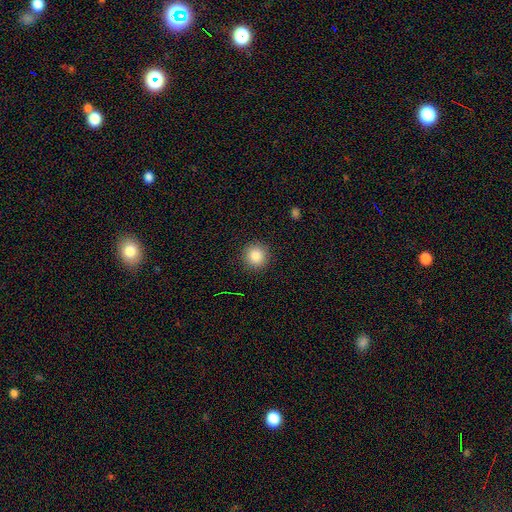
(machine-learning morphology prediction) smooth 85%, star or artifact 10%, featured or disk 5%. Down the decision tree: how rounded — round (95%); merging — none (91%).